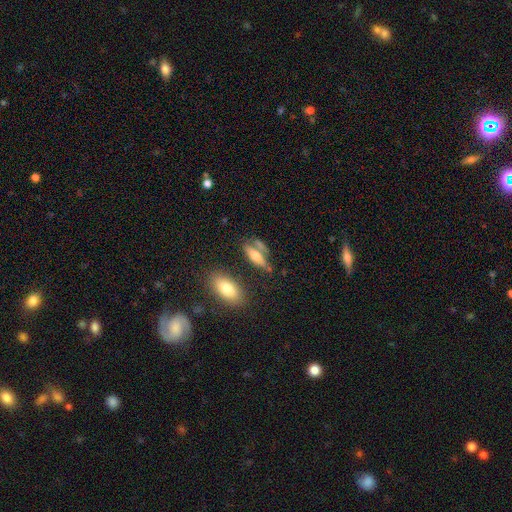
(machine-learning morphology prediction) Smooth or featured?
  - smooth: 55% *
  - featured or disk: 35%
  - star or artifact: 10%
How rounded?
  - in between: 48% *
  - cigar-shaped: 47%
  - round: 5%
Merging?
  - none: 57% *
  - merger: 19%
  - minor disturbance: 17%
  - major disturbance: 8%